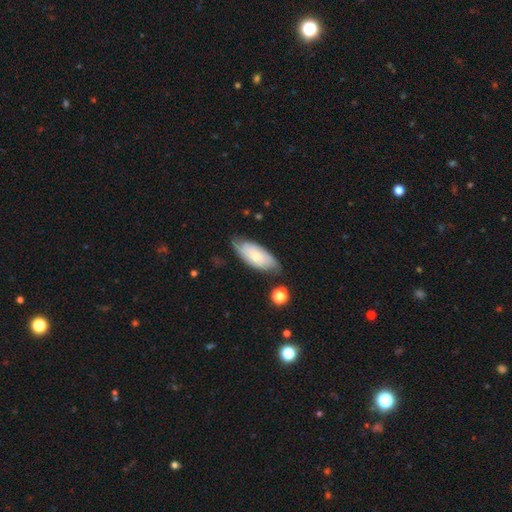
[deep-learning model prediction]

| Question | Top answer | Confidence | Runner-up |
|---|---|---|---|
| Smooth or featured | smooth | 50% | featured or disk (44%) |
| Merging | none | 66% | minor disturbance (25%) |